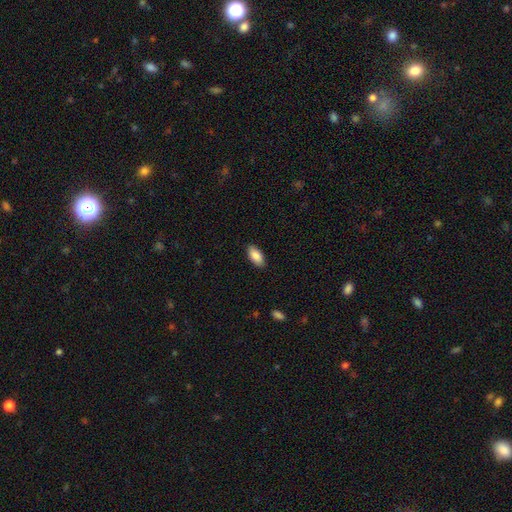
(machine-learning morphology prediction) Smooth or featured?
  - smooth: 88% *
  - star or artifact: 6%
  - featured or disk: 6%
How rounded?
  - in between: 91% *
  - cigar-shaped: 7%
  - round: 2%
Merging?
  - none: 89% *
  - minor disturbance: 9%
  - major disturbance: 2%
  - merger: 1%